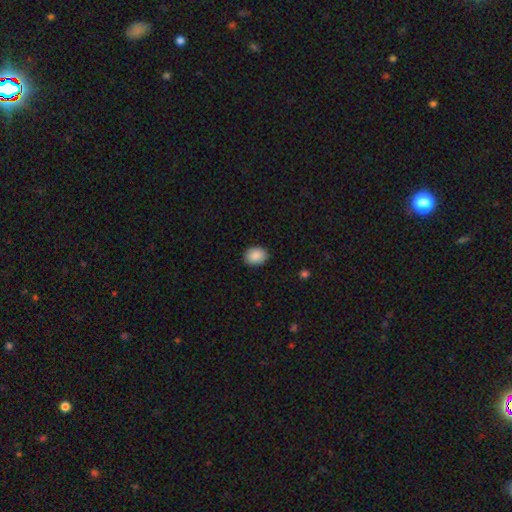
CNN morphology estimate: Overall: smooth (89%). How rounded: in between (57%; round 42%). Merging: none (88%).